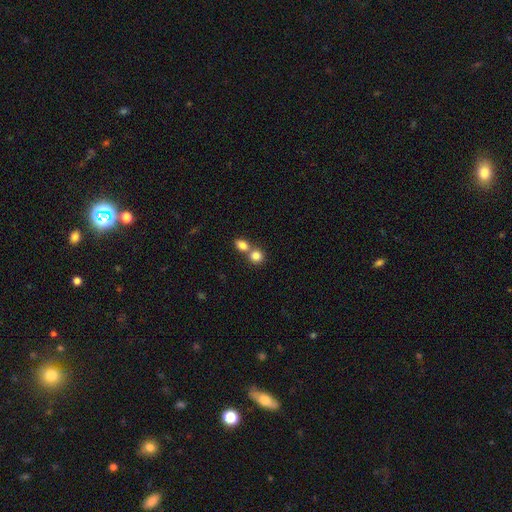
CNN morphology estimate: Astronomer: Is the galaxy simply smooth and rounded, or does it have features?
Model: smooth — 83%.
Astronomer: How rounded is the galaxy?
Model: round — 77%.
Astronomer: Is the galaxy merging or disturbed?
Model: merger — 52% (runner-up: none, 40%).